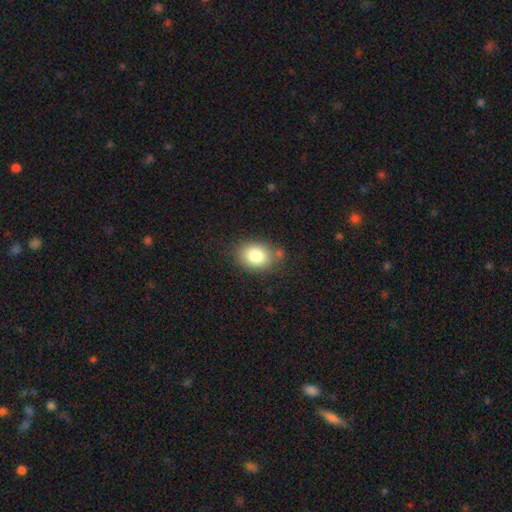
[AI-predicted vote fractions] Smooth or featured: smooth — 82% (star or artifact — 9%)
How rounded: in between — 65% (round — 34%)
Merging: none — 78% (minor disturbance — 14%)